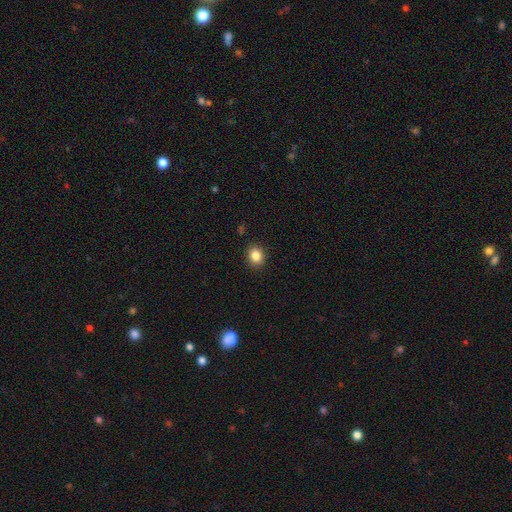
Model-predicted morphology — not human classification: This appears to be a smooth galaxy with no disk features (84%) that is round (64%). Merging: none (90%).